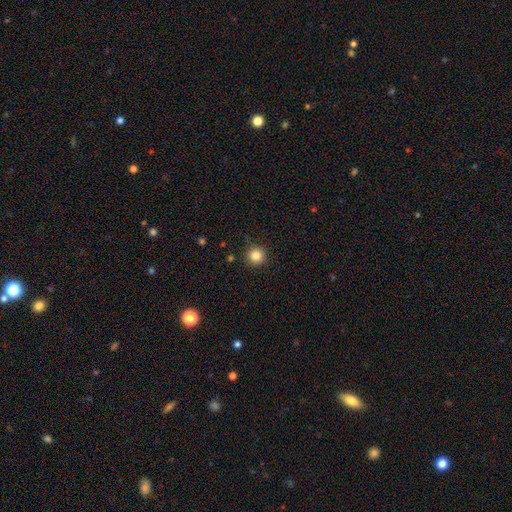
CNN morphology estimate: smooth-or-featured: smooth: 85% | star or artifact: 11% | featured or disk: 4%
  how-rounded: round: 95% | in between: 4% | cigar-shaped: 1%
  merging: none: 88% | minor disturbance: 8% | major disturbance: 2% | merger: 1%